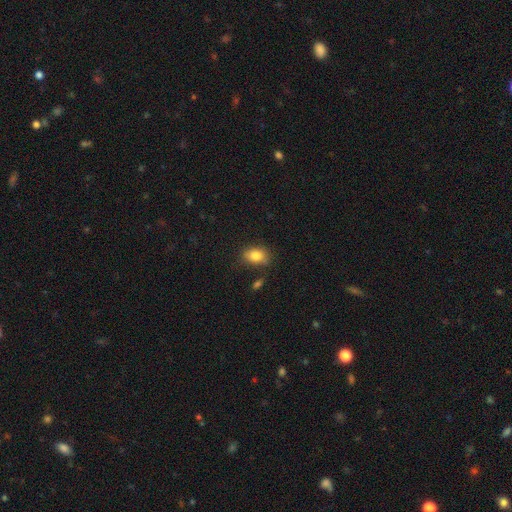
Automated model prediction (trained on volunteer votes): Overall: smooth (83%). How rounded: in between (74%). Merging: none (71%).